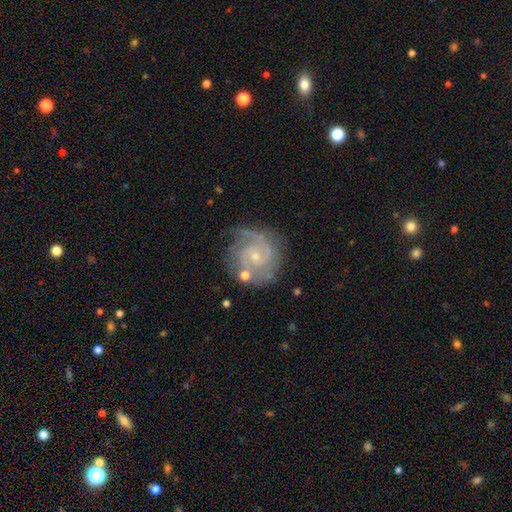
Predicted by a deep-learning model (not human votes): This is clearly a featured or disk galaxy (86%). It is clearly not viewed edge-on (98%). Bar: likely no (65%). Spiral arm pattern: clearly yes (97%). Spiral arm count: possibly 2 (53%). Spiral winding: possibly tight (53%). Central bulge: likely small (77%). Merging: likely none (68%).